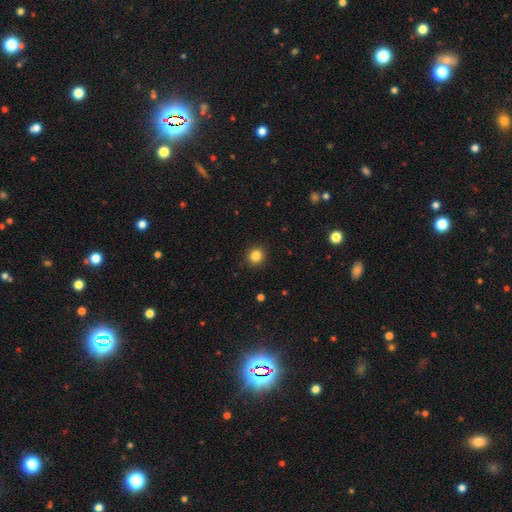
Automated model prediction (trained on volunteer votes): smooth 84%, star or artifact 12%, featured or disk 4%. Down the decision tree: how rounded — round (92%); merging — none (92%).